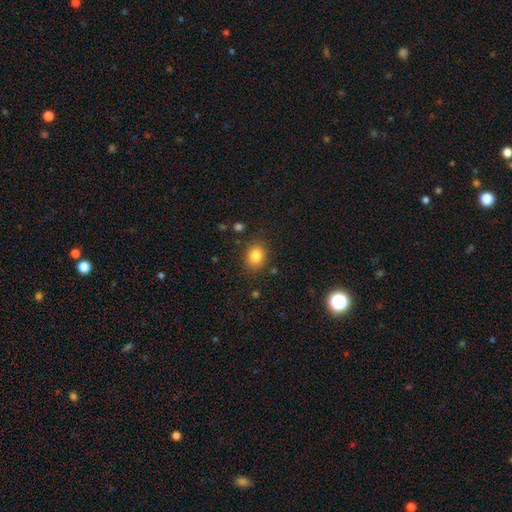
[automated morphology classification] smooth-or-featured: smooth: 83% | star or artifact: 10% | featured or disk: 7%
  how-rounded: round: 56% | in between: 44% | cigar-shaped: 1%
  merging: none: 83% | minor disturbance: 12% | major disturbance: 4% | merger: 2%